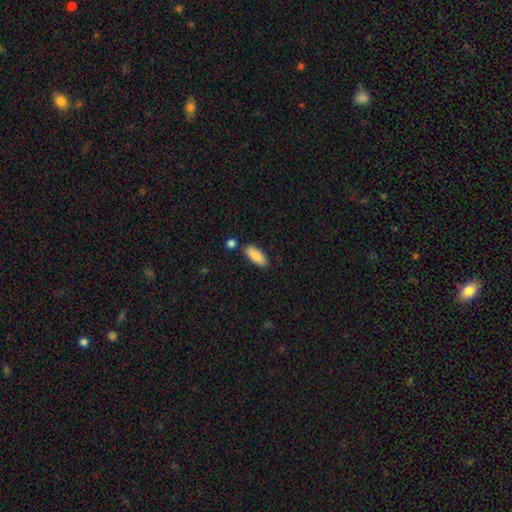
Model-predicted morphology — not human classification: smooth-or-featured: smooth: 87% | featured or disk: 7% | star or artifact: 6%
  how-rounded: in between: 76% | cigar-shaped: 22% | round: 2%
  merging: none: 80% | minor disturbance: 12% | merger: 6% | major disturbance: 2%